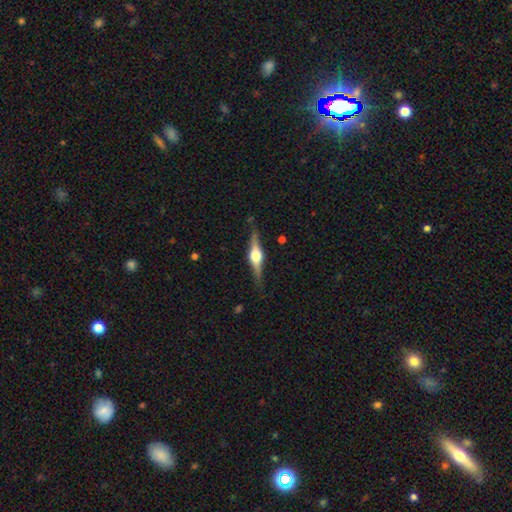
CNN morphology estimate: Smooth or featured: featured or disk — 79% (smooth — 16%)
Edge-on disk: yes — 98% (no — 2%)
Edge-on bulge: rounded — 94% (boxy — 5%)
Merging: none — 86% (minor disturbance — 10%)